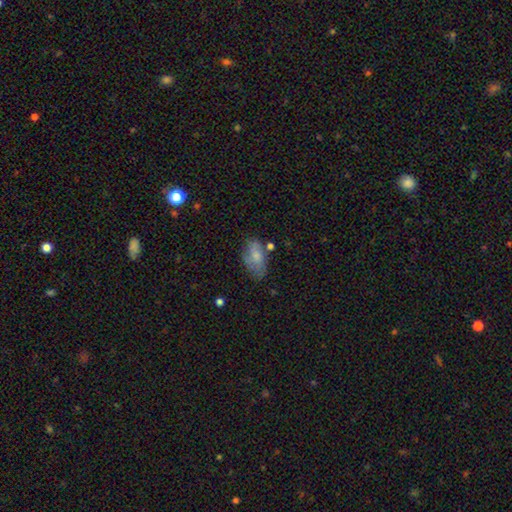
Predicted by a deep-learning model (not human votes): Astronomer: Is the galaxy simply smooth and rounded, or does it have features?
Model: smooth — 70%.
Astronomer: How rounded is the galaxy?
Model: in between — 92%.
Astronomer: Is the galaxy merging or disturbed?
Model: none — 55%.